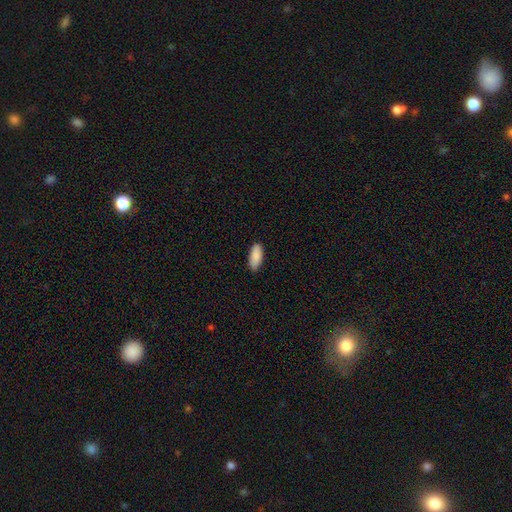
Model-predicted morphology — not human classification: The model was most divided on "how rounded": in between: 84%, cigar-shaped: 15%, round: 2%. More confident: smooth or featured — smooth (89%); merging — none (86%).